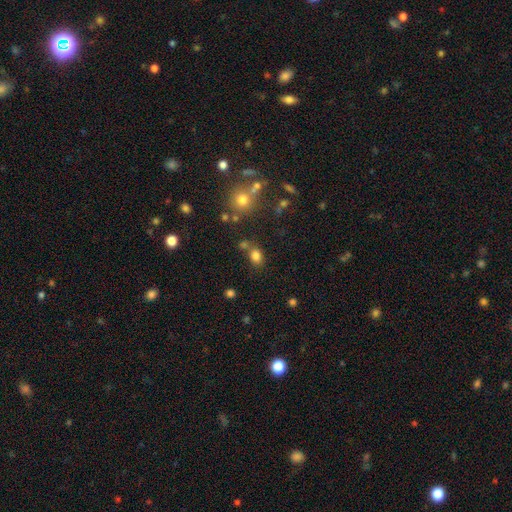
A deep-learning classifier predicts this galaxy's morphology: A smooth galaxy with no disk features (79%) that is in between round and cigar-shaped (63%). Merging: none (63%).